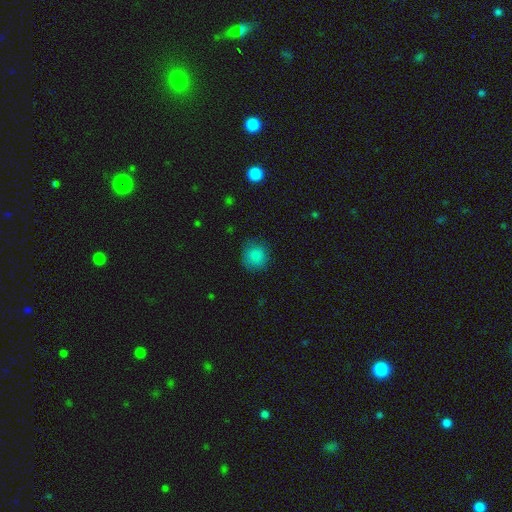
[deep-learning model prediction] The model was most divided on "merging": none: 81%, minor disturbance: 14%, major disturbance: 4%, merger: 1%. More confident: how rounded — round (89%); smooth or featured — smooth (85%).